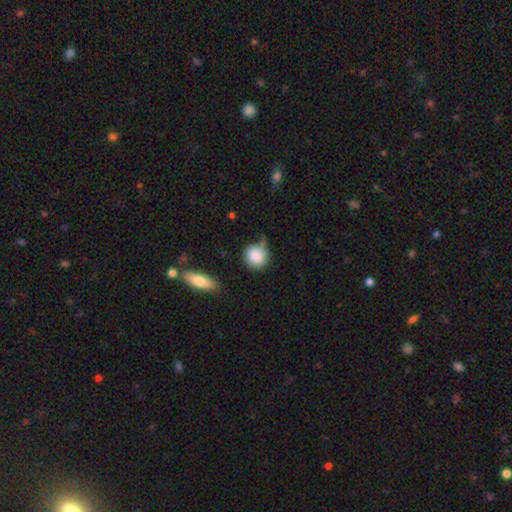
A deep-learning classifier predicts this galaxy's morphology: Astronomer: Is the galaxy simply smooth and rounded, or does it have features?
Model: smooth — 85%.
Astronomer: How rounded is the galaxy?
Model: round — 87%.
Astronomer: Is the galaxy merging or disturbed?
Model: none — 56%.